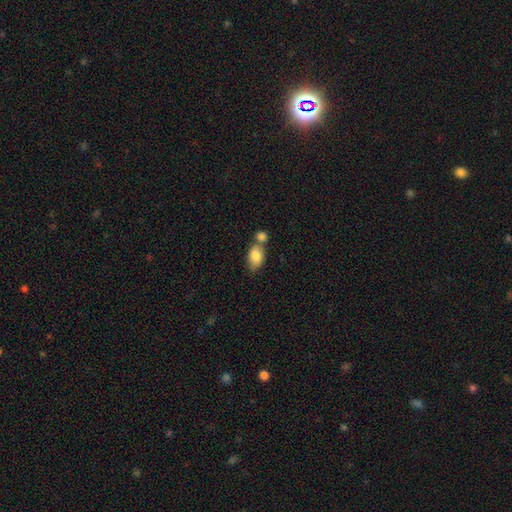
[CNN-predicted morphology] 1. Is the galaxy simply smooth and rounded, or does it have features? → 84% smooth, 10% featured or disk, 7% star or artifact.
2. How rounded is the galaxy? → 88% in between, 10% round, 2% cigar-shaped.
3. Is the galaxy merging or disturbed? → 48% merger, 37% none, 11% minor disturbance, 4% major disturbance.